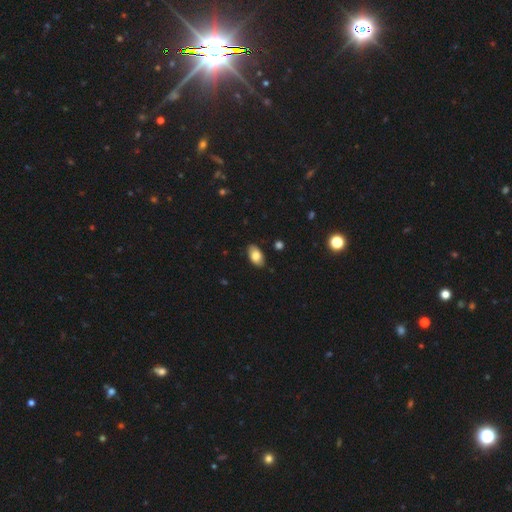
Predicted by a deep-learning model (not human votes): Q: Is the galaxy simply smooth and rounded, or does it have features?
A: smooth — 82%.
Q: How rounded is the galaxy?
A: in between — 94%.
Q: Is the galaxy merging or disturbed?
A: none — 86%.